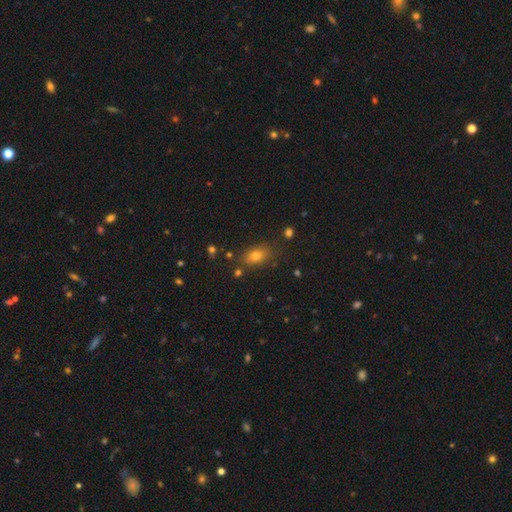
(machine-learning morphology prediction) This is likely a smooth galaxy (72%). How rounded: likely in between (76%). Merging: likely none (79%).